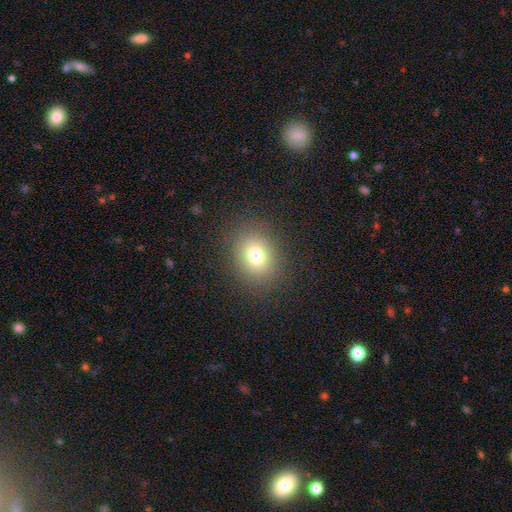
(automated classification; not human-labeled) smooth-or-featured: smooth: 74% | star or artifact: 15% | featured or disk: 11%
  how-rounded: round: 57% | in between: 42% | cigar-shaped: 1%
  merging: none: 87% | minor disturbance: 8% | major disturbance: 4% | merger: 1%